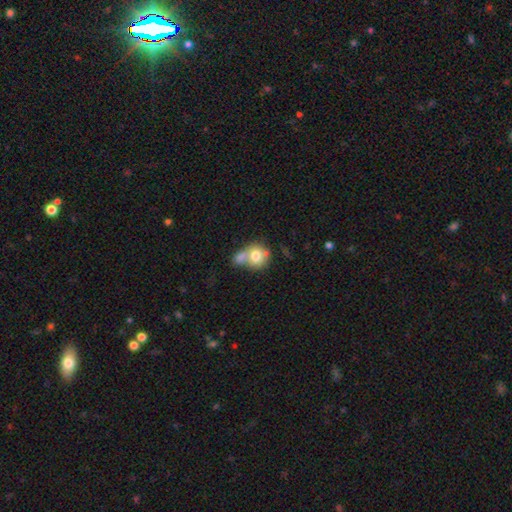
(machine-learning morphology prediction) This appears to be a smooth galaxy with no disk features (73%) that is round (74%). Merging: merger (50%).